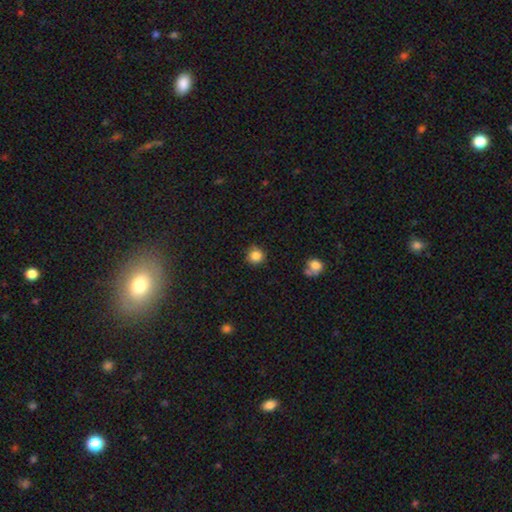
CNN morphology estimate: smooth 85%, star or artifact 11%, featured or disk 5%. Down the decision tree: how rounded — round (93%); merging — none (88%).